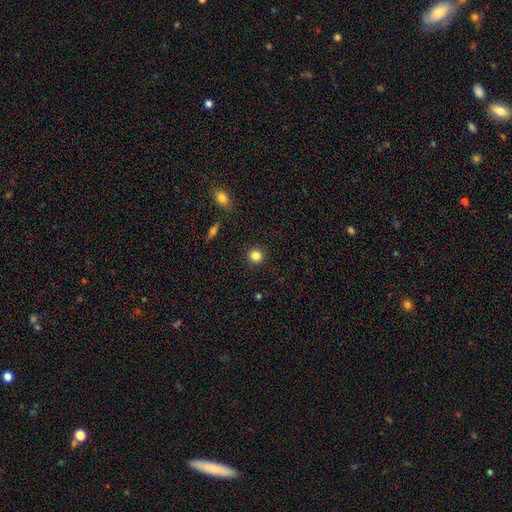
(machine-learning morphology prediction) Smooth or featured?
  - smooth: 84% *
  - star or artifact: 11%
  - featured or disk: 5%
How rounded?
  - round: 92% *
  - in between: 7%
  - cigar-shaped: 1%
Merging?
  - none: 91% *
  - minor disturbance: 5%
  - major disturbance: 2%
  - merger: 1%